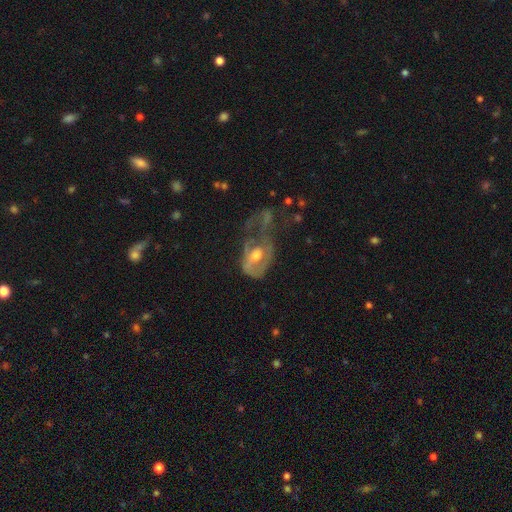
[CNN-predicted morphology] Smooth or featured?
  - featured or disk: 65% *
  - smooth: 27%
  - star or artifact: 8%
Edge-on disk?
  - no: 95% *
  - yes: 5%
Bar?
  - no: 61% *
  - weak: 30%
  - strong: 9%
Spiral arms?
  - yes: 54% *
  - no: 46%
Bulge size?
  - moderate: 67% *
  - small: 19%
  - large: 10%
  - none: 3%
  - dominant: 1%
Merging?
  - major disturbance: 57% *
  - minor disturbance: 17%
  - none: 17%
  - merger: 9%